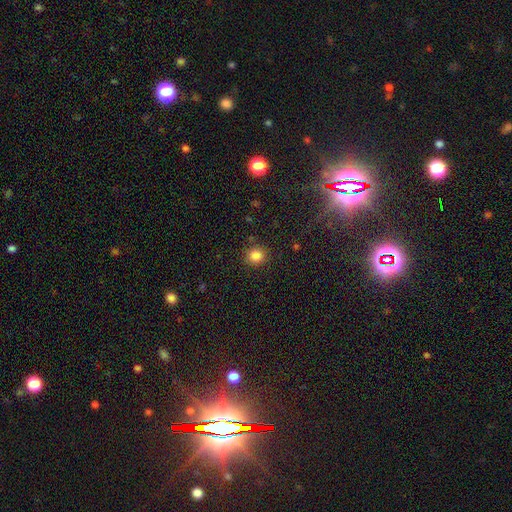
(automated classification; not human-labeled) The model was most divided on "smooth or featured": smooth: 85%, star or artifact: 11%, featured or disk: 4%. More confident: merging — none (88%); how rounded — round (88%).